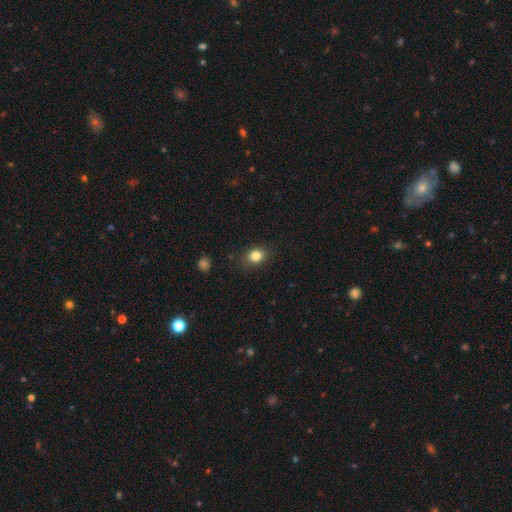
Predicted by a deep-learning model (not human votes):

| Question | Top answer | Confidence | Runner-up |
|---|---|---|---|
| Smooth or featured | smooth | 82% | star or artifact (11%) |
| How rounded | round | 57% | in between (42%) |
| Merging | none | 83% | minor disturbance (13%) |